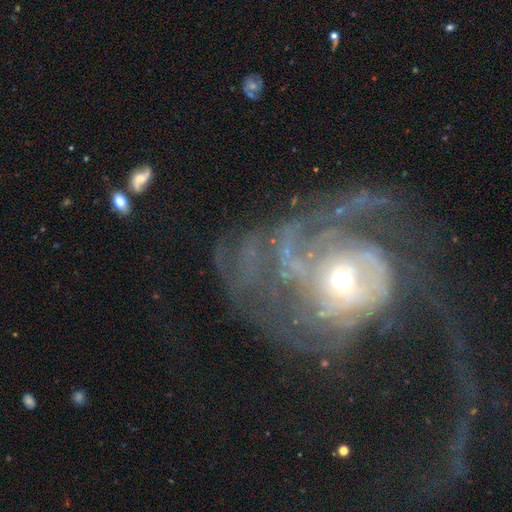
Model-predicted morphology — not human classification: Smooth or featured: featured or disk — 82% (star or artifact — 10%)
Edge-on disk: no — 97% (yes — 3%)
Bar: no — 72% (weak — 21%)
Spiral arms: yes — 85% (no — 15%)
Spiral winding: tight — 40% (medium — 35%)
Spiral arm count: can't tell — 38% (2 — 20%)
Bulge size: moderate — 50% (small — 42%)
Merging: major disturbance — 54% (none — 27%)